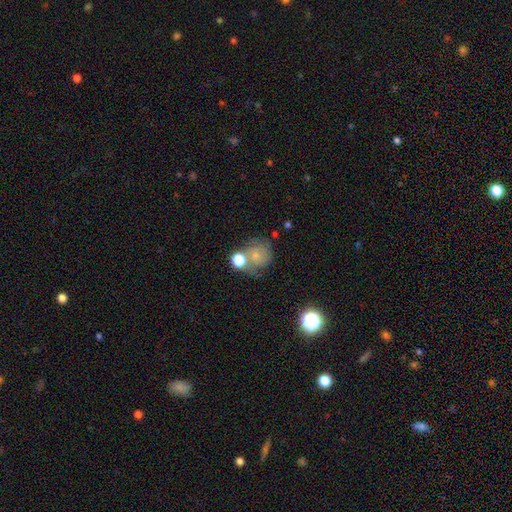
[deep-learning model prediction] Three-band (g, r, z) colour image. It shows a smooth galaxy with no disk features (60%) that is round (81%). Merging: none (43%).